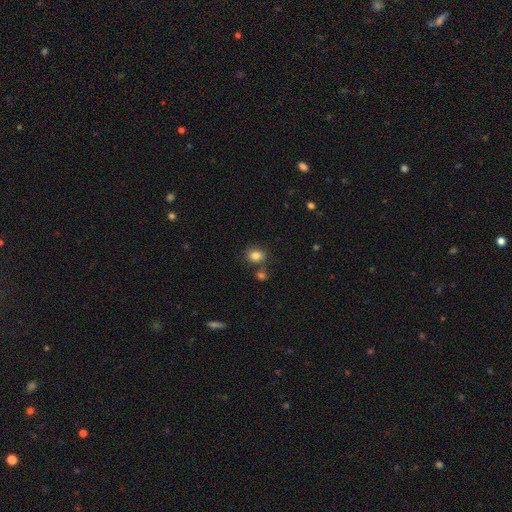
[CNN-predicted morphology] A smooth galaxy with no disk features (83%) that is round (51%).

Vote fractions:
- Smooth or featured? smooth: 83% / star or artifact: 11% / featured or disk: 6%
- How rounded? round: 51% / in between: 48% / cigar-shaped: 1%
- Merging? none: 71% / merger: 13% / minor disturbance: 12% / major disturbance: 4%